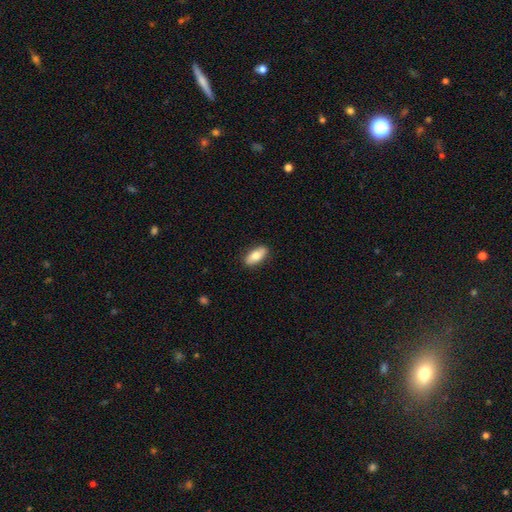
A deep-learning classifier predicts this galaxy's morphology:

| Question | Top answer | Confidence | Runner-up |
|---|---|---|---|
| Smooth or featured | smooth | 77% | featured or disk (17%) |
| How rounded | in between | 83% | cigar-shaped (14%) |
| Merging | none | 88% | minor disturbance (9%) |